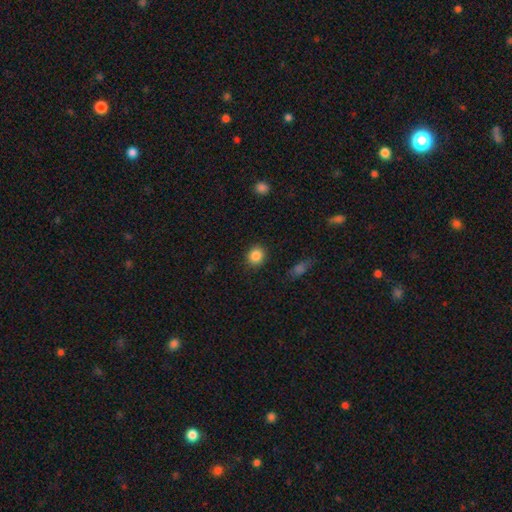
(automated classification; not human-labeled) smooth-or-featured: smooth: 86% | star or artifact: 10% | featured or disk: 4%
  how-rounded: round: 81% | in between: 18% | cigar-shaped: 1%
  merging: none: 89% | minor disturbance: 8% | major disturbance: 2% | merger: 1%